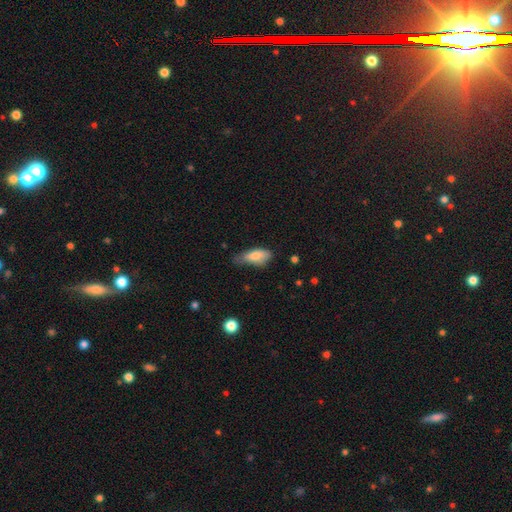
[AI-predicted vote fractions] A smooth galaxy with no disk features (78%) that is in between round and cigar-shaped (77%).

Vote fractions:
- Smooth or featured? smooth: 78% / featured or disk: 15% / star or artifact: 7%
- How rounded? in between: 77% / cigar-shaped: 20% / round: 3%
- Merging? minor disturbance: 44% / none: 41% / major disturbance: 12% / merger: 2%